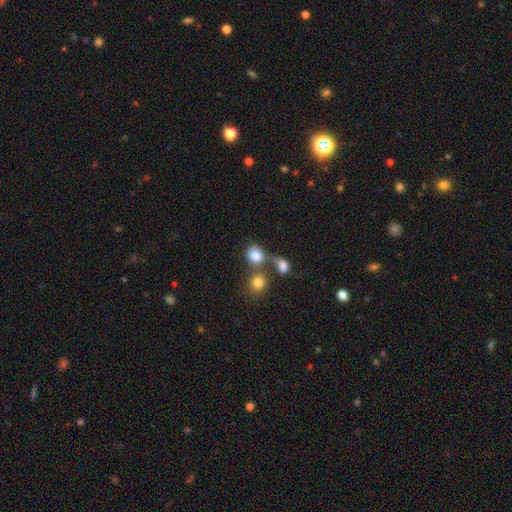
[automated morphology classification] A smooth galaxy with no disk features (82%) that is round (76%).

Vote fractions:
- Smooth or featured? smooth: 82% / star or artifact: 10% / featured or disk: 8%
- How rounded? round: 76% / in between: 22% / cigar-shaped: 1%
- Merging? none: 43% / merger: 41% / minor disturbance: 10% / major disturbance: 7%